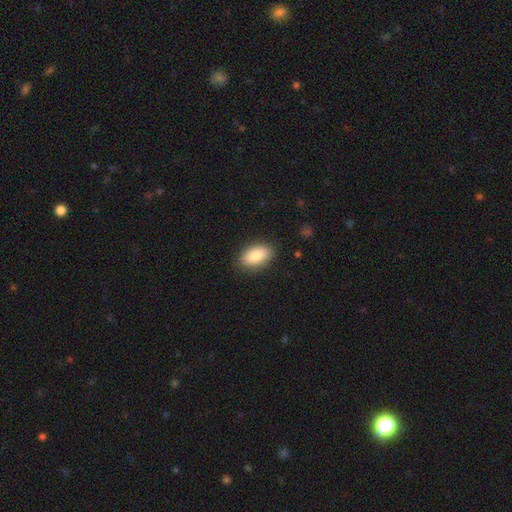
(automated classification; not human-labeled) smooth-or-featured: smooth: 88% | star or artifact: 6% | featured or disk: 6%
  how-rounded: in between: 93% | round: 5% | cigar-shaped: 3%
  merging: none: 87% | minor disturbance: 10% | major disturbance: 3% | merger: 1%